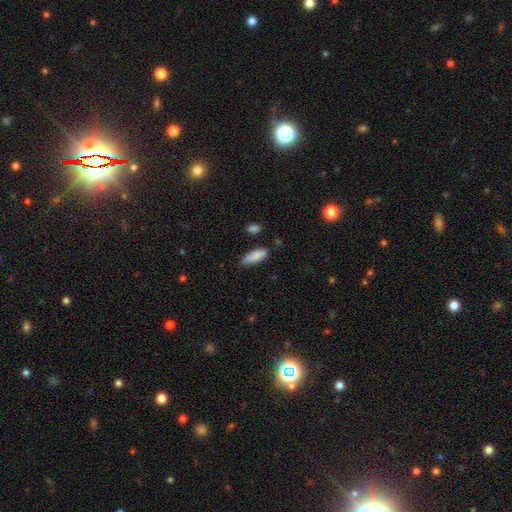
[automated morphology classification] Q: Smooth or featured?
A: smooth (86%); runner-up: featured or disk (7%)
Q: How rounded?
A: in between (74%); runner-up: cigar-shaped (25%)
Q: Merging?
A: none (69%); runner-up: minor disturbance (25%)